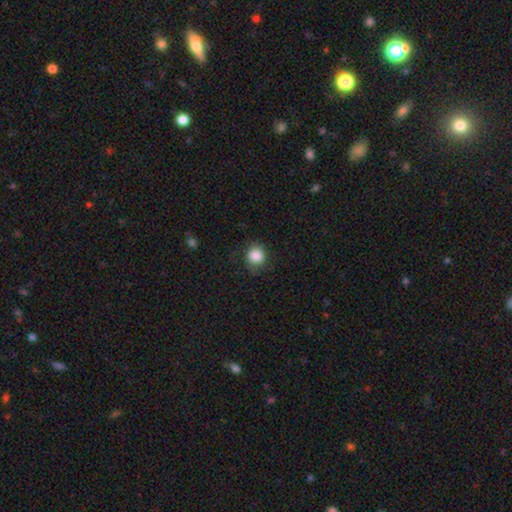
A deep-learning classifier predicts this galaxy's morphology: Smooth or featured?
  - smooth: 86% *
  - star or artifact: 9%
  - featured or disk: 5%
How rounded?
  - round: 77% *
  - in between: 22%
  - cigar-shaped: 1%
Merging?
  - none: 78% *
  - minor disturbance: 16%
  - major disturbance: 5%
  - merger: 1%